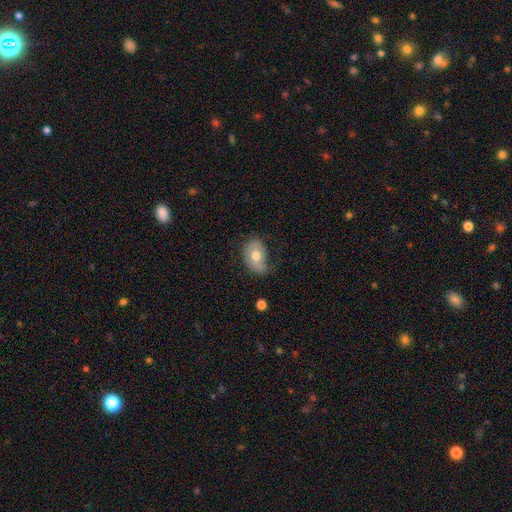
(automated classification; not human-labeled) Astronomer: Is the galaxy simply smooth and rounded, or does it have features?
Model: smooth — 69%.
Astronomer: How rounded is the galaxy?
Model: in between — 83%.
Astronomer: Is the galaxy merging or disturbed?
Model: none — 48% (runner-up: minor disturbance, 37%).